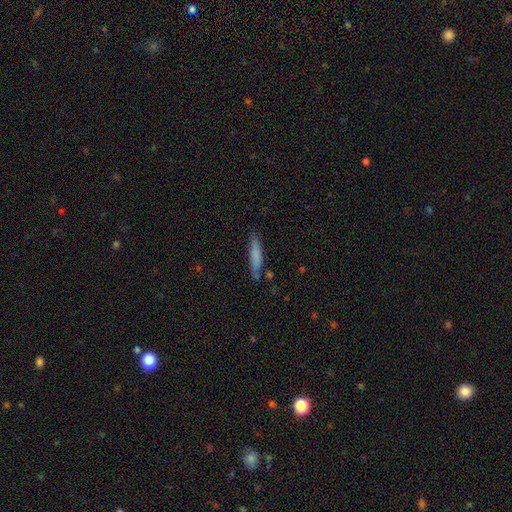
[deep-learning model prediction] Q: Smooth or featured?
A: smooth (74%); runner-up: featured or disk (20%)
Q: How rounded?
A: cigar-shaped (90%); runner-up: in between (9%)
Q: Merging?
A: none (80%); runner-up: minor disturbance (14%)